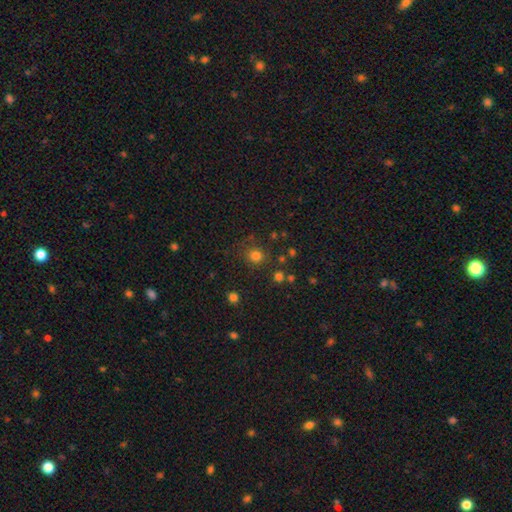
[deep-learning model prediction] Smooth or featured: smooth — 77% (star or artifact — 17%)
How rounded: round — 85% (in between — 14%)
Merging: none — 78% (minor disturbance — 11%)